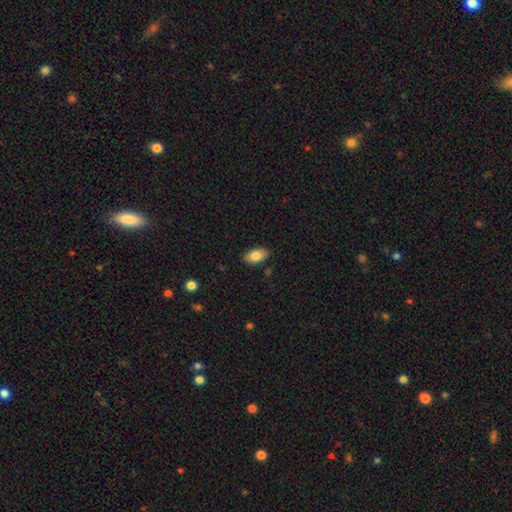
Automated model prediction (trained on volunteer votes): Morphology: type=smooth (83%); roundness=in between (94%); merging=none (87%).